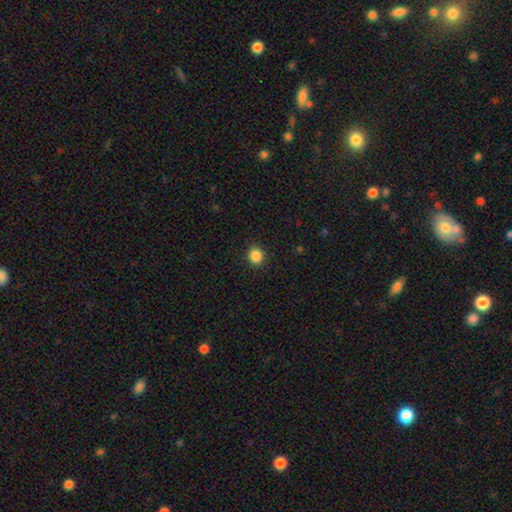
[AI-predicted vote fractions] A smooth galaxy with no disk features (87%) that is round (81%). Merging: none (91%).